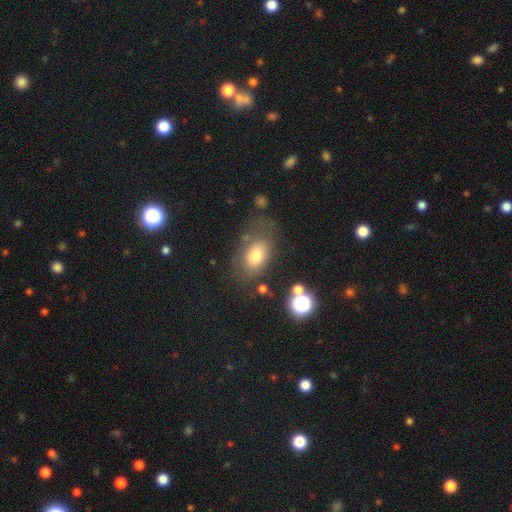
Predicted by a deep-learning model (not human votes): smooth 72%, featured or disk 16%, star or artifact 11%. Down the decision tree: how rounded — in between (81%); merging — none (60%).